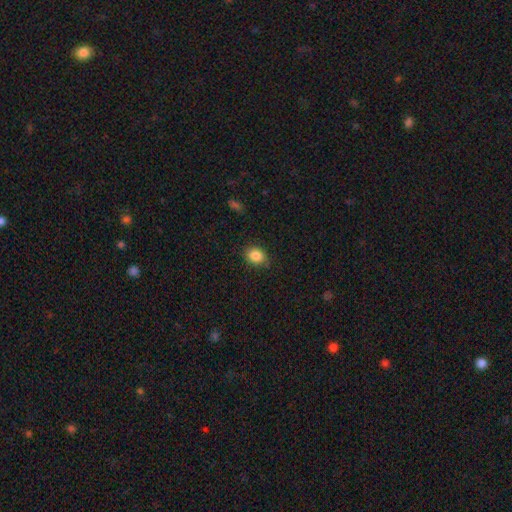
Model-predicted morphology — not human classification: The model was most divided on "how rounded": in between: 57%, round: 42%, cigar-shaped: 1%. More confident: smooth or featured — smooth (85%); merging — none (83%).